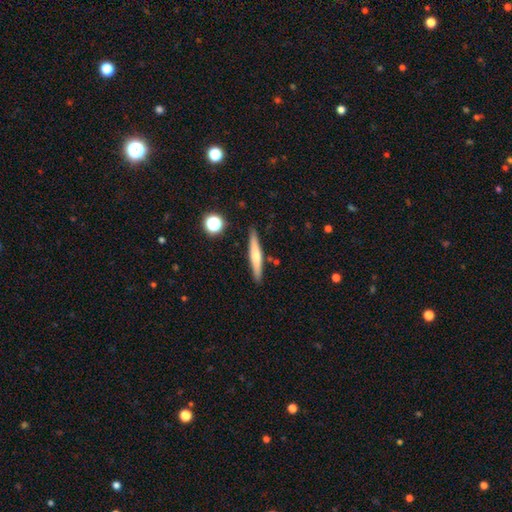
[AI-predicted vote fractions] The model was most divided on "smooth or featured": smooth: 55%, featured or disk: 38%, star or artifact: 7%. More confident: how rounded — cigar-shaped (93%); merging — none (88%).